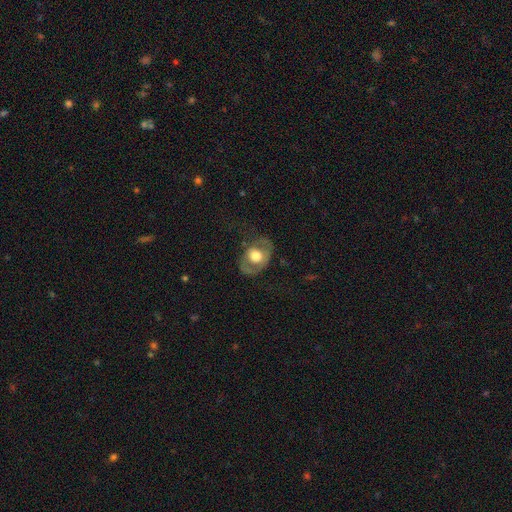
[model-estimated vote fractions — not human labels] smooth-or-featured: smooth: 47% | featured or disk: 45% | star or artifact: 7%
  merging: none: 55% | minor disturbance: 23% | major disturbance: 20% | merger: 2%